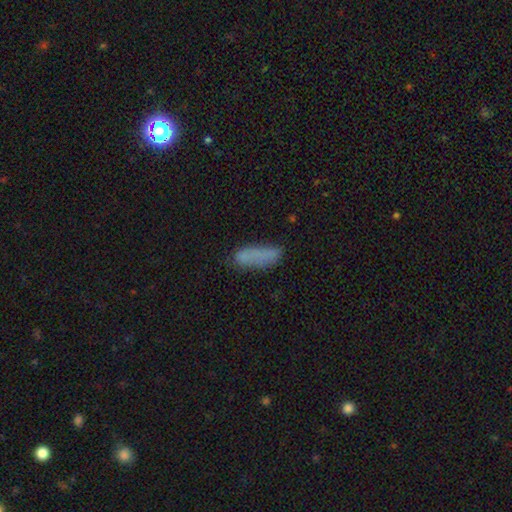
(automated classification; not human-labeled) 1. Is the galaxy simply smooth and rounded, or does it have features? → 75% smooth, 15% featured or disk, 11% star or artifact.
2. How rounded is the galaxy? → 56% cigar-shaped, 41% in between, 2% round.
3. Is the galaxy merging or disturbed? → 66% none, 21% minor disturbance, 8% major disturbance, 5% merger.